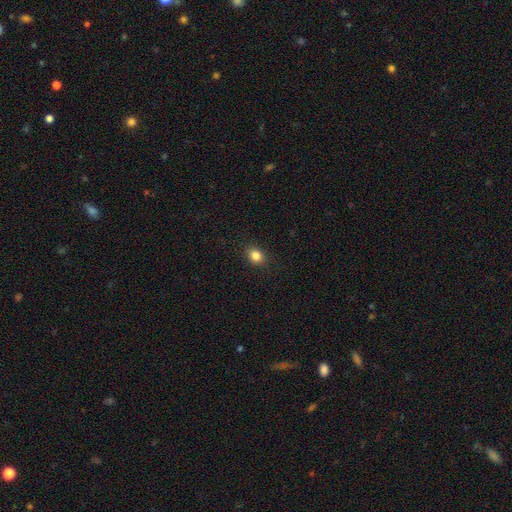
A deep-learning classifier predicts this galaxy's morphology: Smooth or featured? Predicted: smooth (p=0.84). How rounded? Predicted: round (p=0.51). Merging? Predicted: none (p=0.88).